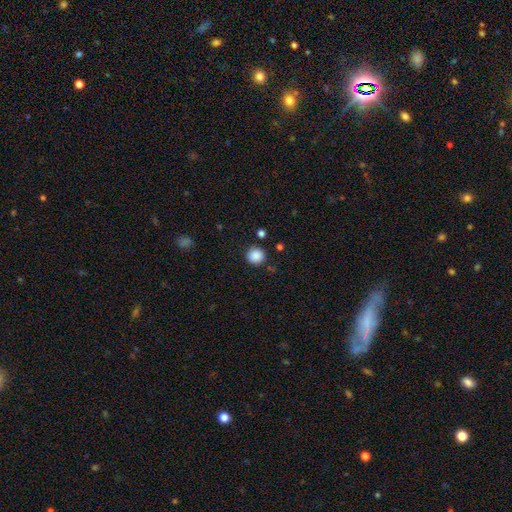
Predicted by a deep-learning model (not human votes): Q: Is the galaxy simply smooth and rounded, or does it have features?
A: smooth — 88%.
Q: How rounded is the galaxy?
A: round — 92%.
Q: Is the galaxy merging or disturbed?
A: none — 88%.